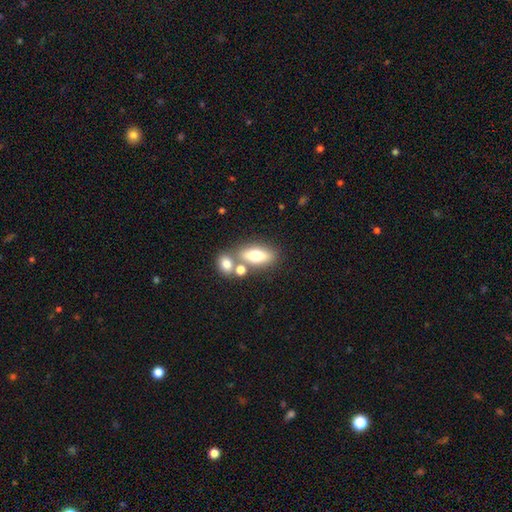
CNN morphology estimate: A smooth galaxy with no disk features (65%) that is in between round and cigar-shaped (72%). Merging: none (56%).